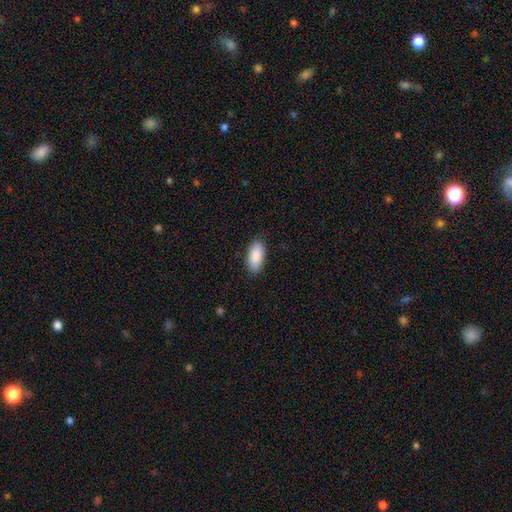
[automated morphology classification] Smooth or featured: smooth — 90% (star or artifact — 6%)
How rounded: in between — 93% (cigar-shaped — 5%)
Merging: none — 87% (minor disturbance — 10%)